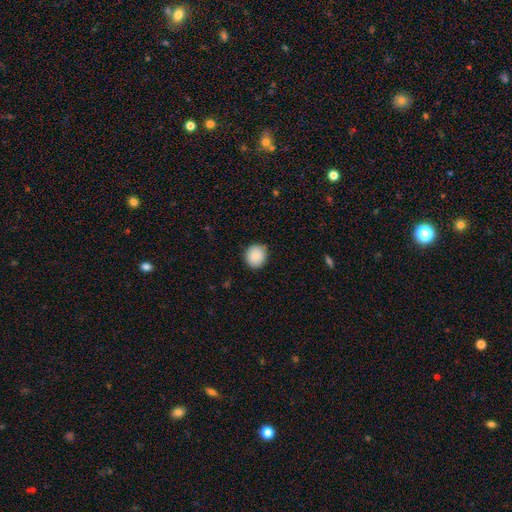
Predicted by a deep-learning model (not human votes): This appears to be a smooth galaxy with no disk features (88%) that is round (82%). Merging: none (85%).